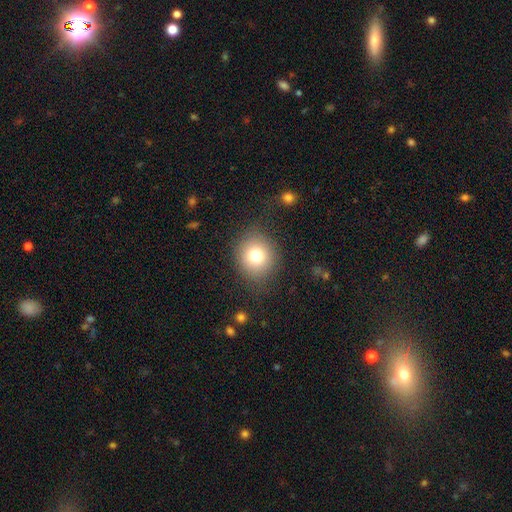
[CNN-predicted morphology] smooth_or_featured: smooth (p=0.76) [alt: star or artifact p=0.12]
how_rounded: round (p=0.84) [alt: in between p=0.15]
merging: none (p=0.82) [alt: minor disturbance p=0.11]